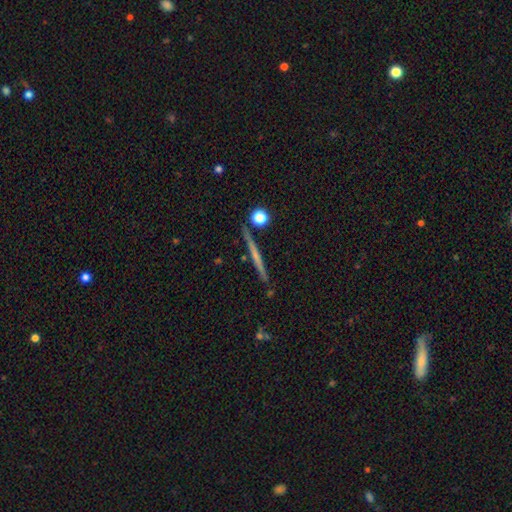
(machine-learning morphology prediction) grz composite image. It shows a featured or disk galaxy (55%) viewed edge-on (97%) with no central bulge (79%). Merging: none (88%).